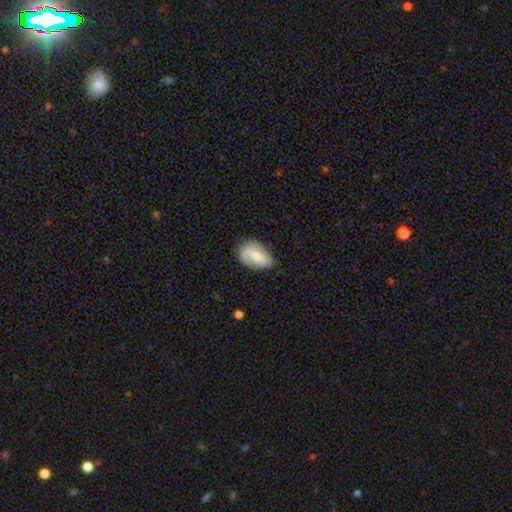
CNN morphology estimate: Smooth or featured? Predicted: smooth (p=0.53). How rounded? Predicted: in between (p=0.85). Merging? Predicted: none (p=0.64).